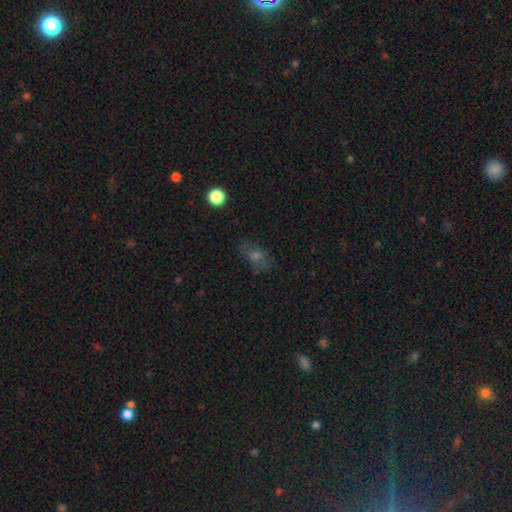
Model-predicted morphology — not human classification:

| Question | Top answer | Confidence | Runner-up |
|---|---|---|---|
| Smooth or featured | smooth | 51% | star or artifact (25%) |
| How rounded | in between | 71% | round (24%) |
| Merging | none | 71% | minor disturbance (18%) |